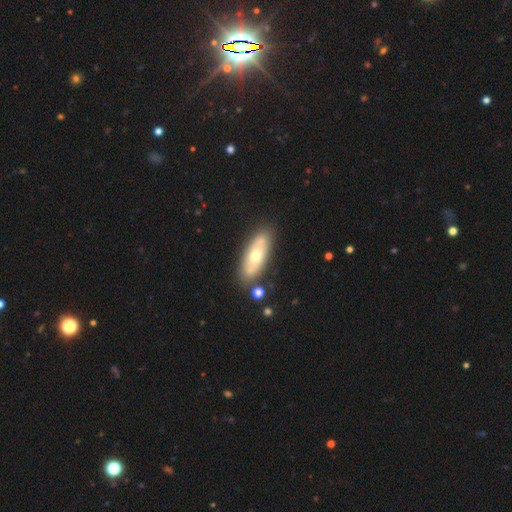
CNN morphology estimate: smooth_or_featured: smooth (p=0.49) [alt: featured or disk p=0.45]
merging: none (p=0.79) [alt: minor disturbance p=0.12]